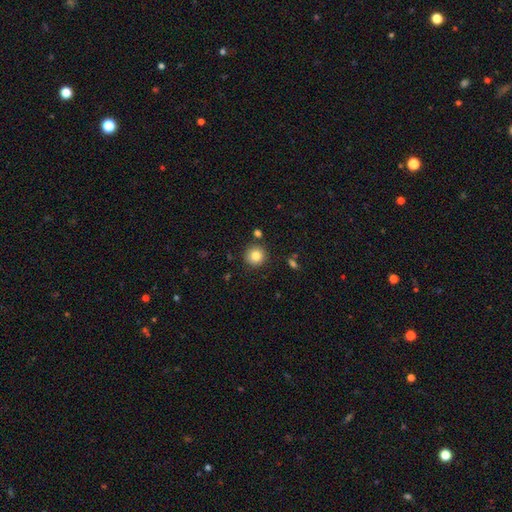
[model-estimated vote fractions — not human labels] Q: Smooth or featured?
A: smooth (83%); runner-up: star or artifact (10%)
Q: How rounded?
A: round (94%); runner-up: in between (5%)
Q: Merging?
A: none (86%); runner-up: minor disturbance (7%)